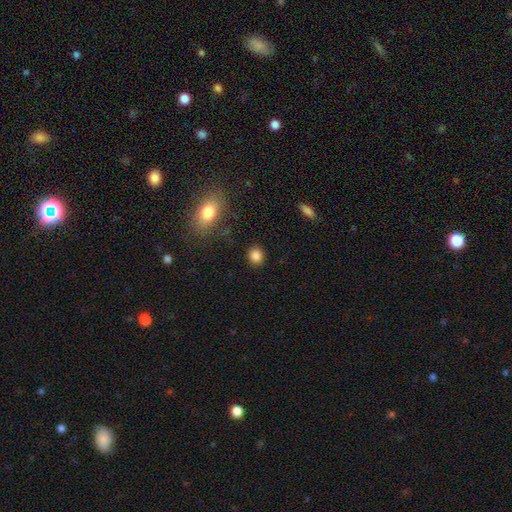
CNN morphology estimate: This is clearly a smooth galaxy (85%). How rounded: likely round (77%). Merging: clearly none (89%).